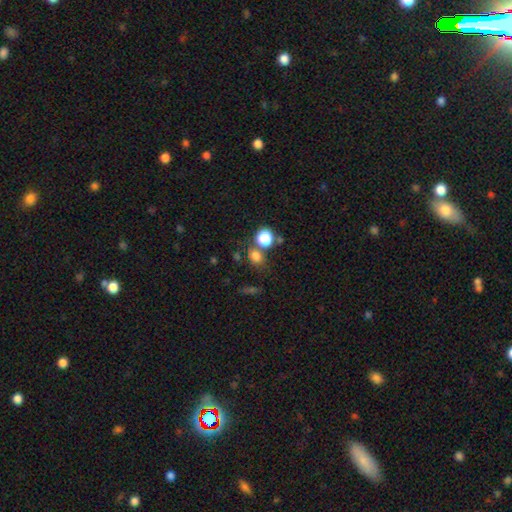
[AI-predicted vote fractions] Smooth or featured?
  - smooth: 77% *
  - star or artifact: 17%
  - featured or disk: 6%
How rounded?
  - round: 60% *
  - in between: 39%
  - cigar-shaped: 1%
Merging?
  - none: 63% *
  - merger: 21%
  - minor disturbance: 11%
  - major disturbance: 5%